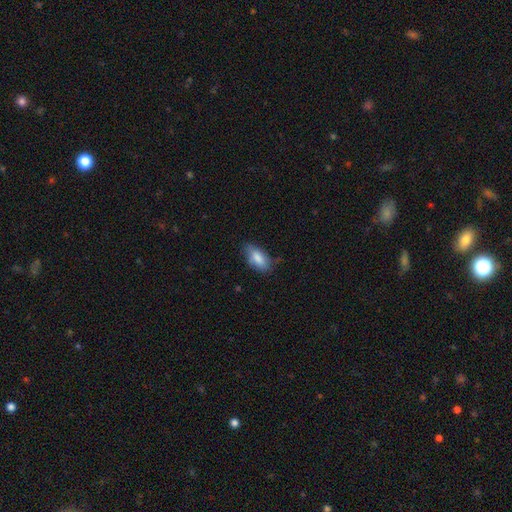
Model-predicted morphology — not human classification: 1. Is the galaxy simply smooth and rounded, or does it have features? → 81% smooth, 11% featured or disk, 7% star or artifact.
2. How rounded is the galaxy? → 85% in between, 11% cigar-shaped, 3% round.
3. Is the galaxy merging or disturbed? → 67% none, 26% minor disturbance, 5% major disturbance, 2% merger.